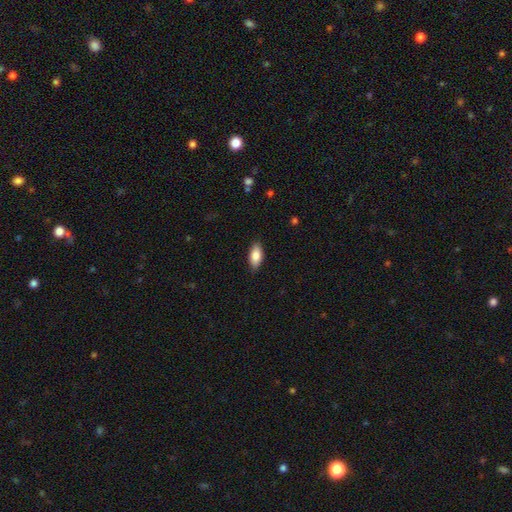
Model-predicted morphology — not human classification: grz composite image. It shows a smooth galaxy with no disk features (85%) that is in between round and cigar-shaped (89%). Merging: none (86%).